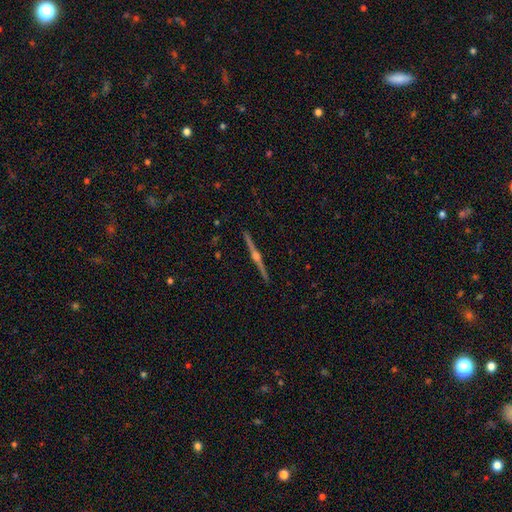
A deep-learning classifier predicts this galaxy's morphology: Smooth or featured? featured or disk (88%)
Edge-on disk? yes (99%)
Edge-on bulge? rounded (92%)
Merging? none (93%)